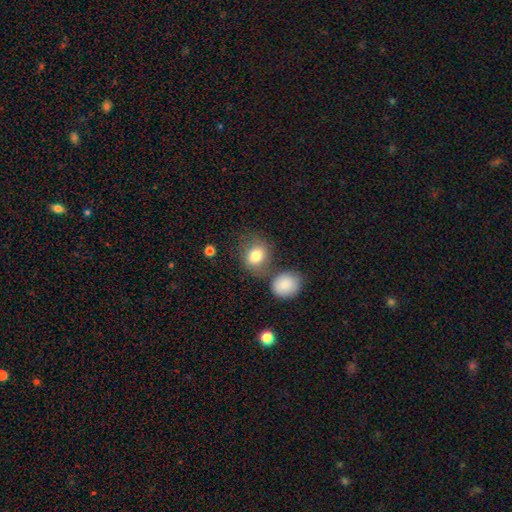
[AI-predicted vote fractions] smooth_or_featured: smooth (p=0.81) [alt: featured or disk p=0.11]
how_rounded: round (p=0.55) [alt: in between p=0.44]
merging: none (p=0.52) [alt: merger p=0.21]